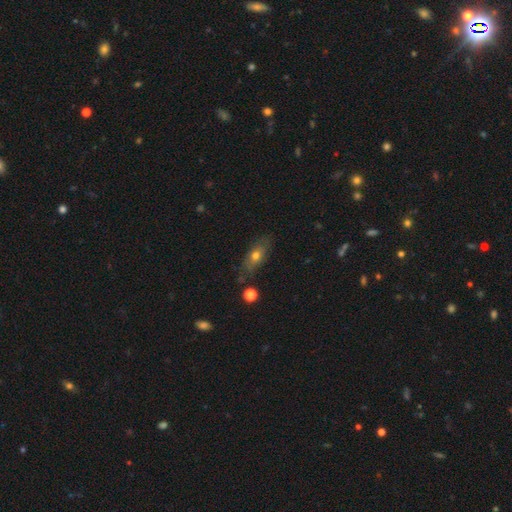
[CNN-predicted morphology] A smooth galaxy with no disk features (62%) that is in between round and cigar-shaped (73%).

Vote fractions:
- Smooth or featured? smooth: 62% / featured or disk: 28% / star or artifact: 9%
- How rounded? in between: 73% / cigar-shaped: 18% / round: 9%
- Merging? none: 72% / minor disturbance: 19% / major disturbance: 5% / merger: 4%